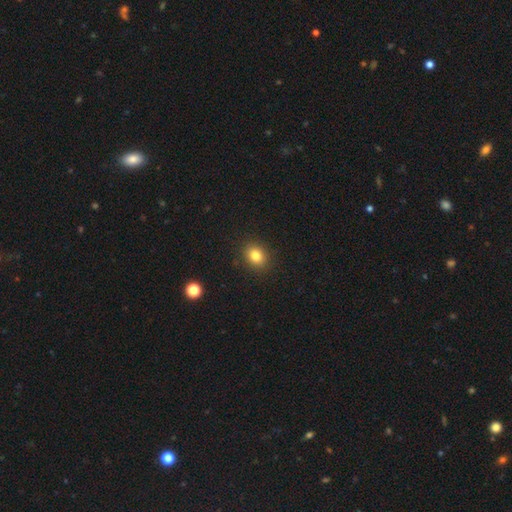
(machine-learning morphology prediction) This appears to be a smooth galaxy with no disk features (82%) that is round (55%). Merging: none (89%).